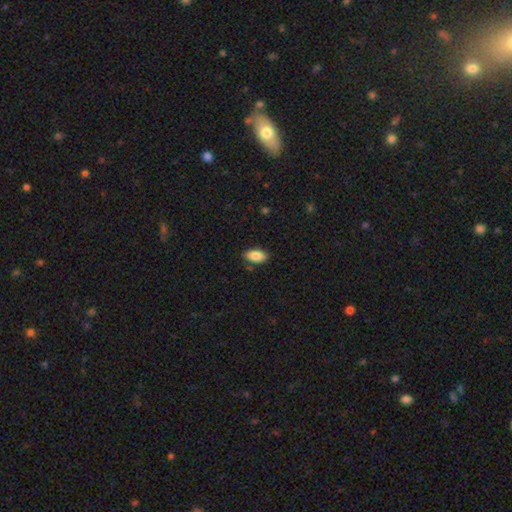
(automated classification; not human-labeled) Morphology: type=smooth (87%); roundness=in between (91%); merging=none (86%).